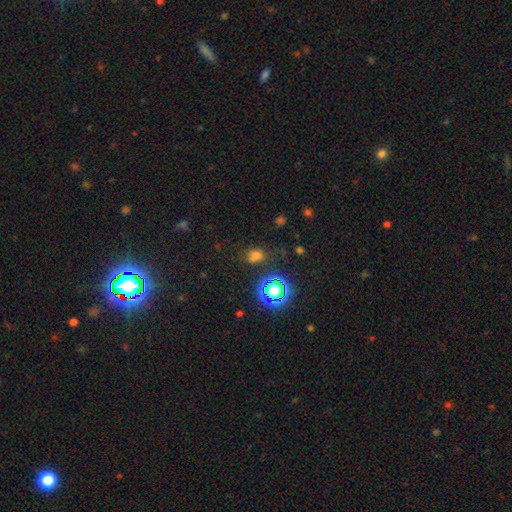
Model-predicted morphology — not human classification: A smooth galaxy with no disk features (59%) that is in between round and cigar-shaped (50%). Merging: none (68%).